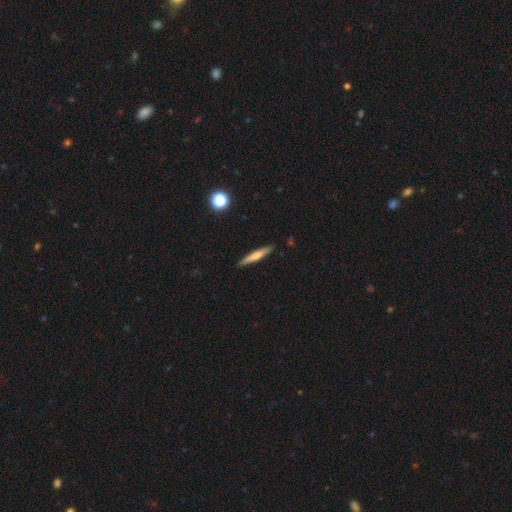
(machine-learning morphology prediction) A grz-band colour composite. It shows a smooth galaxy with no disk features (54%) that is cigar-shaped (93%). Merging: none (88%).